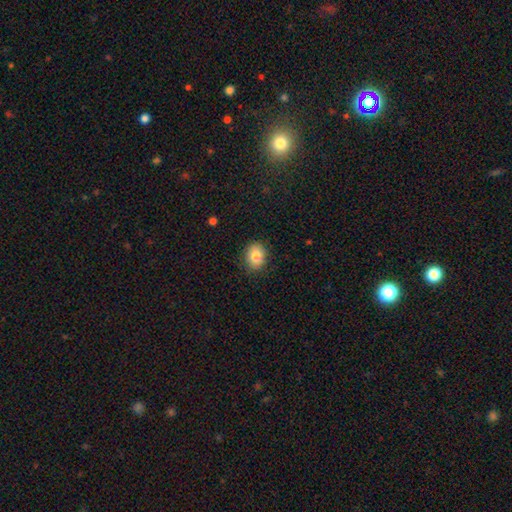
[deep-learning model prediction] This appears to be a smooth galaxy with no disk features (84%) that is in between round and cigar-shaped (50%). Merging: none (86%).